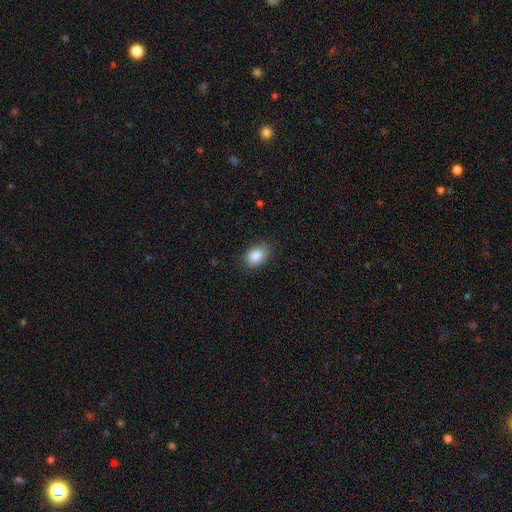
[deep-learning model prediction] The model was most divided on "how rounded": in between: 76%, round: 22%, cigar-shaped: 1%. More confident: smooth or featured — smooth (86%); merging — none (83%).